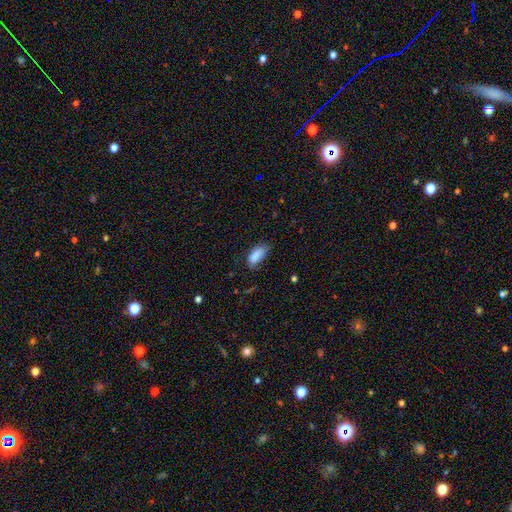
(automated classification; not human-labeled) Morphology: type=smooth (84%); roundness=in between (87%); merging=none (58%).